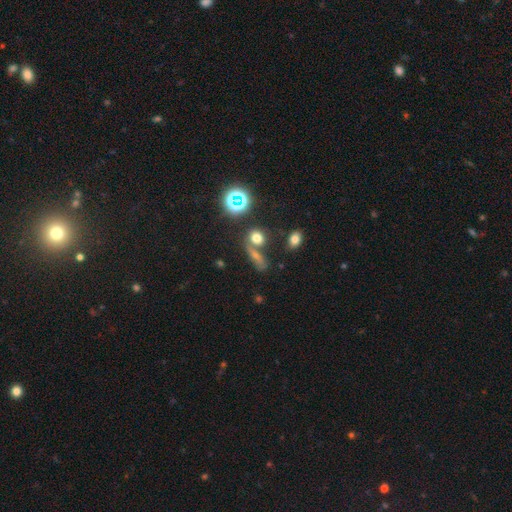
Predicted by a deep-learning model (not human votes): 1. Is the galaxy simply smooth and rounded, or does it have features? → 47% smooth, 34% star or artifact, 19% featured or disk.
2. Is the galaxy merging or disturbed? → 54% none, 26% merger, 12% minor disturbance, 9% major disturbance.